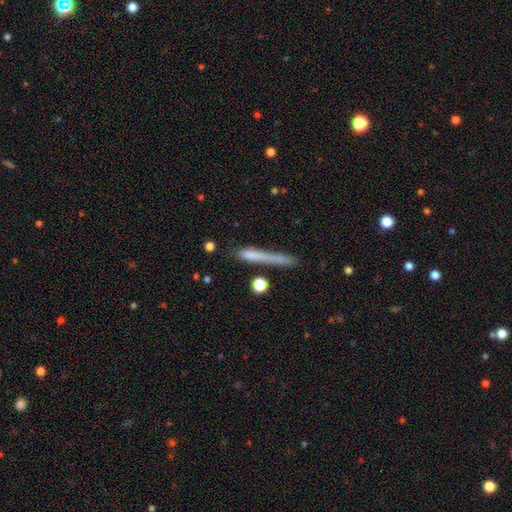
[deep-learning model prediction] This is likely a smooth galaxy (66%). How rounded: clearly cigar-shaped (93%). Merging: likely none (61%).